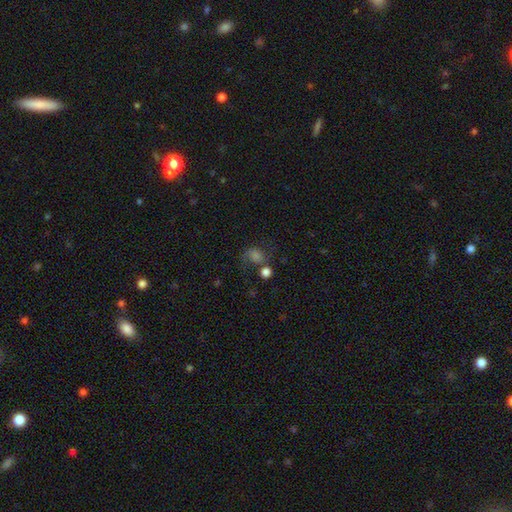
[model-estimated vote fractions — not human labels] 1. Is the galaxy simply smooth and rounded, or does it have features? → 42% smooth, 32% featured or disk, 26% star or artifact.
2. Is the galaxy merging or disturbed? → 46% none, 19% major disturbance, 19% minor disturbance, 16% merger.